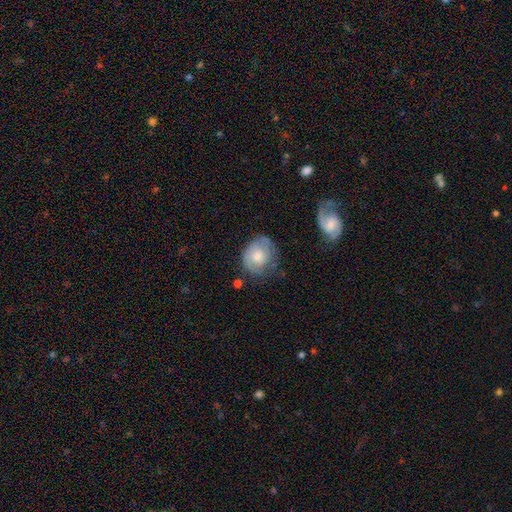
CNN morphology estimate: This appears to be a featured or disk galaxy (51%). Merging: none (58%).